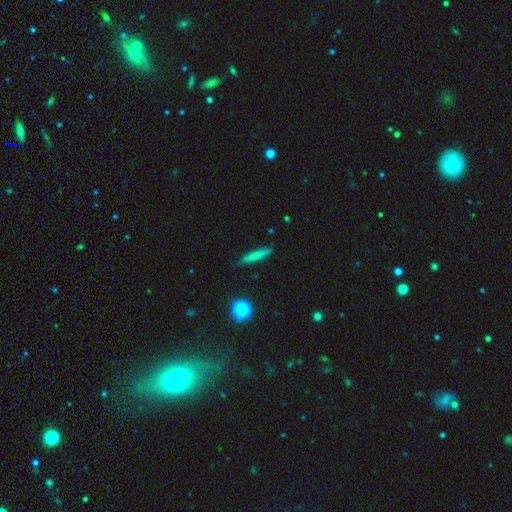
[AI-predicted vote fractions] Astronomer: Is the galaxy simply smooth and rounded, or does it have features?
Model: smooth — 76%.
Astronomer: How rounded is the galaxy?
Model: cigar-shaped — 89%.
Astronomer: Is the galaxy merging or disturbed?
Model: none — 84%.